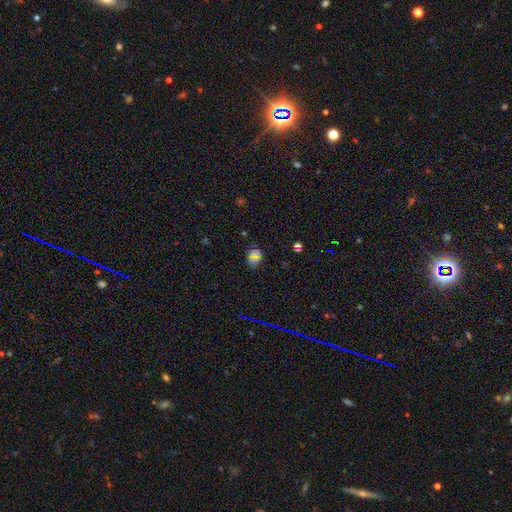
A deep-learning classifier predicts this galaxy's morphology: A smooth galaxy with no disk features (53%) that is round (52%).

Vote fractions:
- Smooth or featured? smooth: 53% / star or artifact: 39% / featured or disk: 8%
- How rounded? round: 52% / in between: 45% / cigar-shaped: 3%
- Merging? none: 81% / minor disturbance: 12% / major disturbance: 5% / merger: 3%